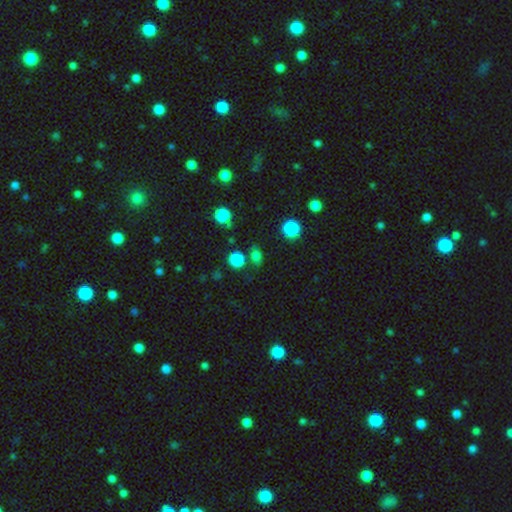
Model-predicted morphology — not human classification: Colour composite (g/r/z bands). It shows a smooth galaxy with no disk features (72%) that is round (54%). Merging: none (76%).